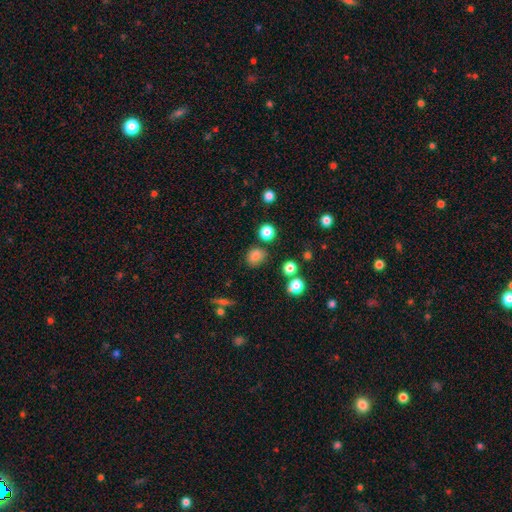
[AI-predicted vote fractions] A smooth galaxy with no disk features (79%) that is round (68%).

Vote fractions:
- Smooth or featured? smooth: 79% / star or artifact: 15% / featured or disk: 6%
- How rounded? round: 68% / in between: 31% / cigar-shaped: 1%
- Merging? none: 78% / minor disturbance: 13% / merger: 5% / major disturbance: 4%